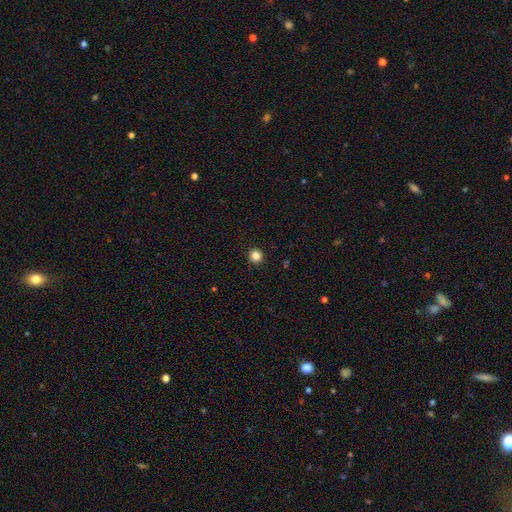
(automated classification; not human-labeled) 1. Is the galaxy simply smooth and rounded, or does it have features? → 85% smooth, 12% star or artifact, 3% featured or disk.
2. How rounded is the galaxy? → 92% round, 8% in between, 1% cigar-shaped.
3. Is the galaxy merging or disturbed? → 93% none, 5% minor disturbance, 2% major disturbance, 1% merger.